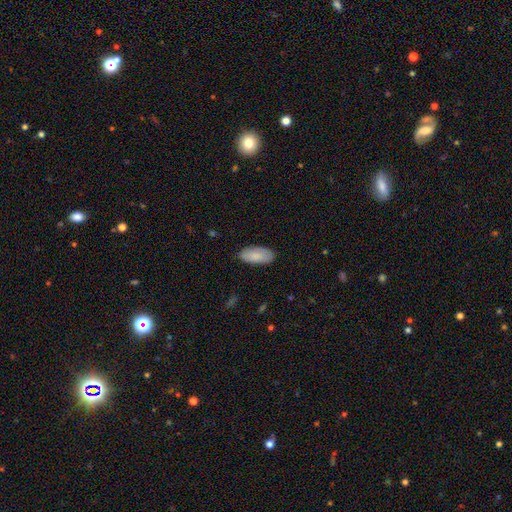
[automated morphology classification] Q: Smooth or featured?
A: smooth (87%); runner-up: featured or disk (8%)
Q: How rounded?
A: in between (90%); runner-up: cigar-shaped (8%)
Q: Merging?
A: none (84%); runner-up: minor disturbance (13%)